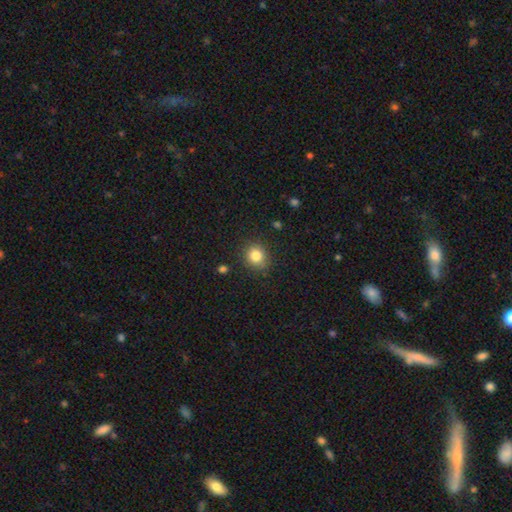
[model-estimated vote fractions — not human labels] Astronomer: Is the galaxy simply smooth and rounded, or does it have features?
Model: smooth — 83%.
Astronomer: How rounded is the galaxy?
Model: round — 81%.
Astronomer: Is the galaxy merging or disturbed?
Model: none — 85%.